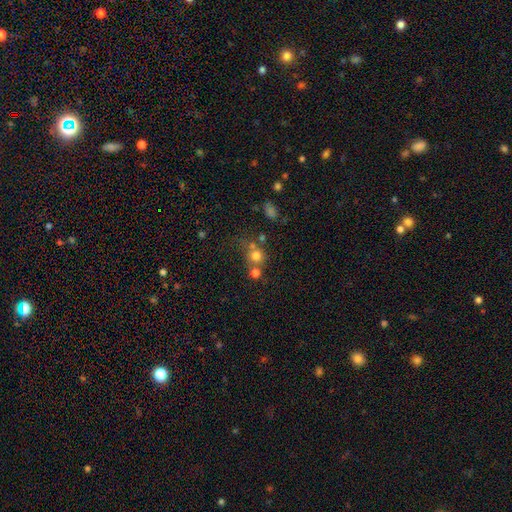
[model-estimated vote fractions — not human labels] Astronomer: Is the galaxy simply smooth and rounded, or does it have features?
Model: smooth — 73%.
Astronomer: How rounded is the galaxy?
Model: round — 86%.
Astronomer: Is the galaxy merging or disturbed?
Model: none — 49% (runner-up: merger, 34%).